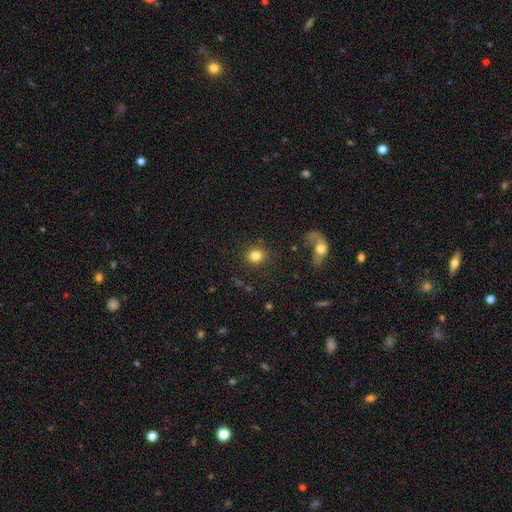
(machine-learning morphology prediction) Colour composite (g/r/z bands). It shows a smooth galaxy with no disk features (82%) that is round (84%). Merging: none (86%).